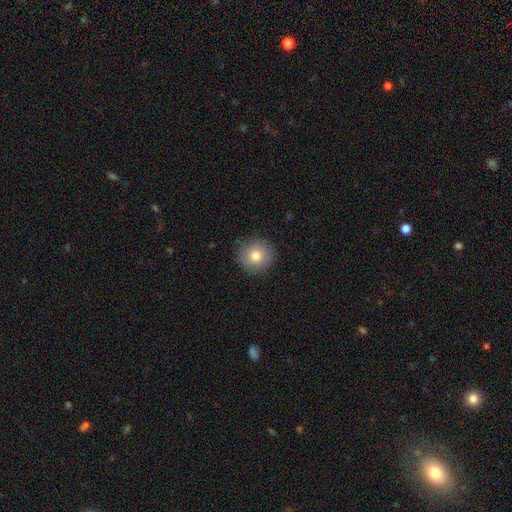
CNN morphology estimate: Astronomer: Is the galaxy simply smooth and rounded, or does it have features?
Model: smooth — 80%.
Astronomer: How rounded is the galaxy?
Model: round — 93%.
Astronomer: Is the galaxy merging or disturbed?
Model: none — 88%.